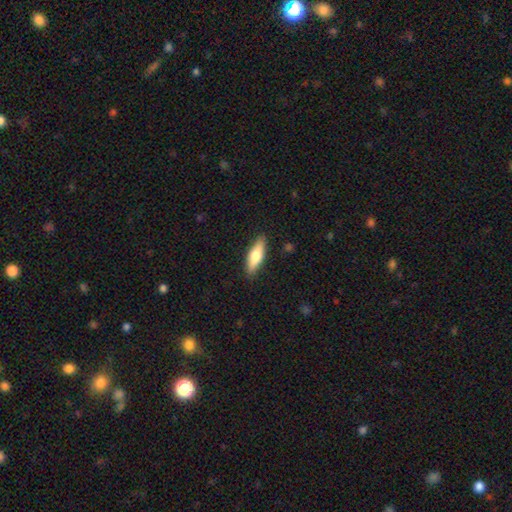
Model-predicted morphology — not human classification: Smooth or featured? smooth (65%)
How rounded? in between (49%)
Merging? none (88%)